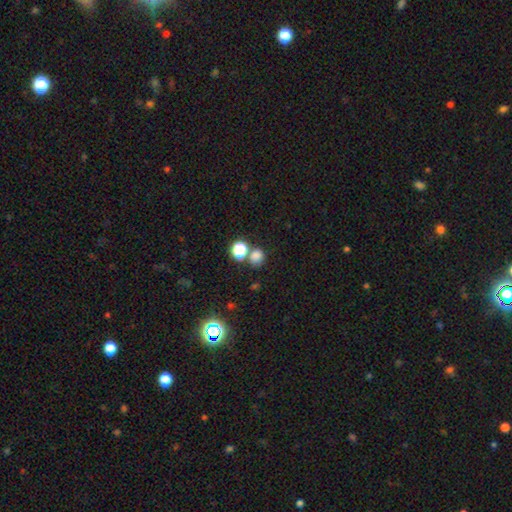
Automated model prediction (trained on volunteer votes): This appears to be a smooth galaxy with no disk features (74%) that is round (78%). Merging: none (66%).